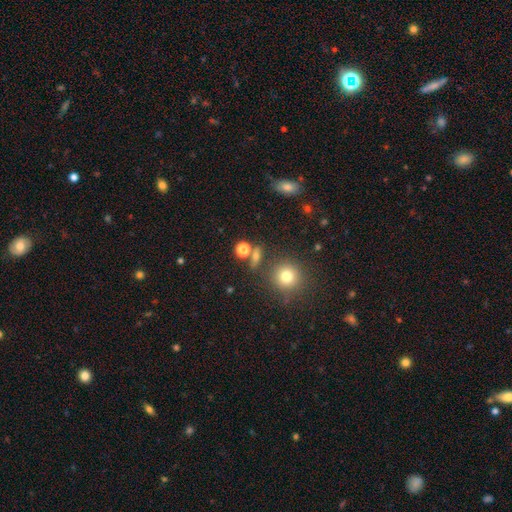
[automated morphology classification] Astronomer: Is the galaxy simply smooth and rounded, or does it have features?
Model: smooth — 63%.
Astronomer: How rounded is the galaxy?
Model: round — 59%.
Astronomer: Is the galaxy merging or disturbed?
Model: none — 73%.